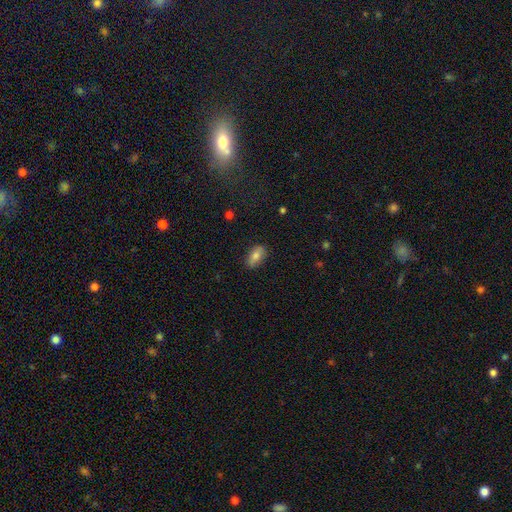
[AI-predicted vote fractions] smooth 75%, featured or disk 17%, star or artifact 8%. Down the decision tree: how rounded — in between (88%); merging — none (81%).